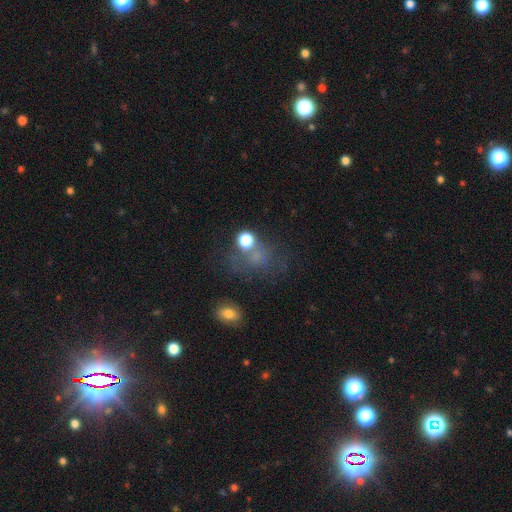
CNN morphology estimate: Q: Smooth or featured?
A: smooth (47%); runner-up: star or artifact (31%)
Q: Merging?
A: none (48%); runner-up: major disturbance (24%)